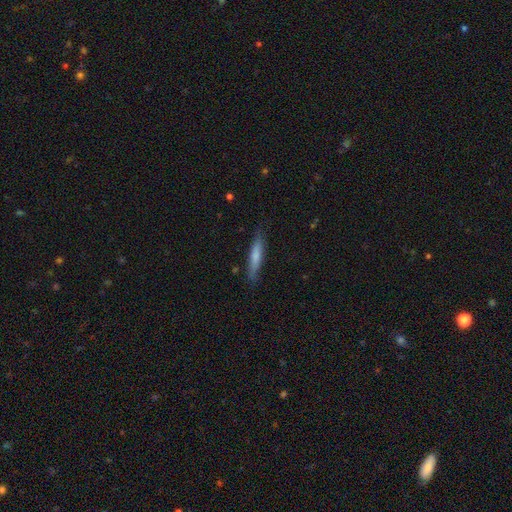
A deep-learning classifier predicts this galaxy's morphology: Overall: smooth (68%). How rounded: cigar-shaped (89%). Merging: none (83%).